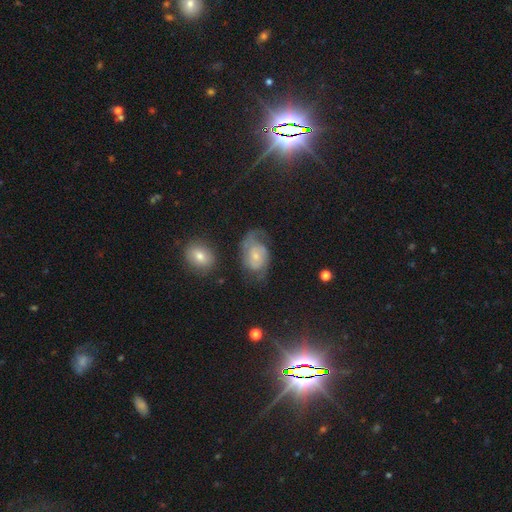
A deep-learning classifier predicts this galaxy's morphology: type=featured or disk (62%); edge-on=no (97%); bar=no (68%); spiral arms=yes (84%); winding=medium (43%); arm count=2 (60%); bulge=small (64%); merging=none (46%).